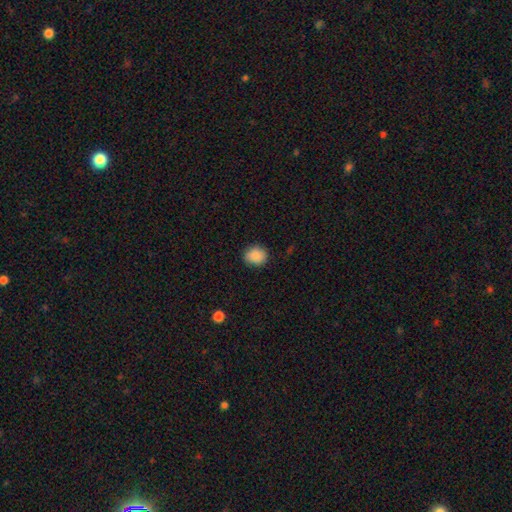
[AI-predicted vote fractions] Smooth or featured? smooth (88%)
How rounded? round (75%)
Merging? none (86%)